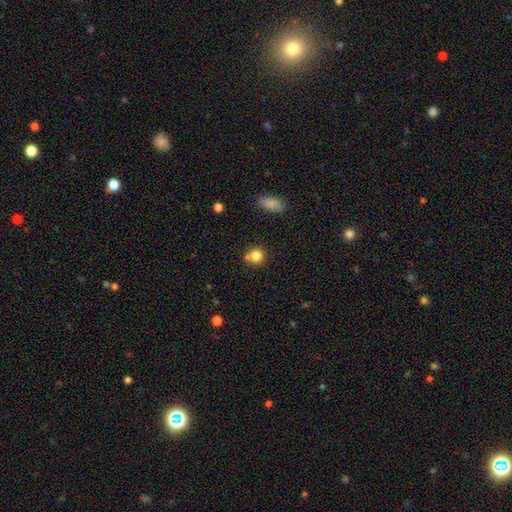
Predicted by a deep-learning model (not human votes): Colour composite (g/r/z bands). It shows a smooth galaxy with no disk features (82%) that is round (88%). Merging: none (64%).